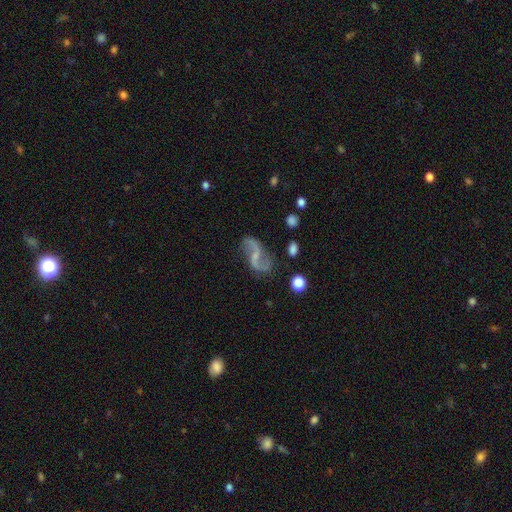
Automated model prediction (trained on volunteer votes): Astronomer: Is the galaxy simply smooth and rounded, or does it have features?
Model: featured or disk — 89%.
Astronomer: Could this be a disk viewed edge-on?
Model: no — 98%.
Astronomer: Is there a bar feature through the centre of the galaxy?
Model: weak — 47% (runner-up: no, 34%).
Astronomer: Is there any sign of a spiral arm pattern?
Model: yes — 96%.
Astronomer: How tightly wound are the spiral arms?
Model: loose — 78%.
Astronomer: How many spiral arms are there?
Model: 2 — 93%.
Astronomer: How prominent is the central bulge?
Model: small — 48% (runner-up: none, 35%).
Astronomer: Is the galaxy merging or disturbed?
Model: none — 75%.